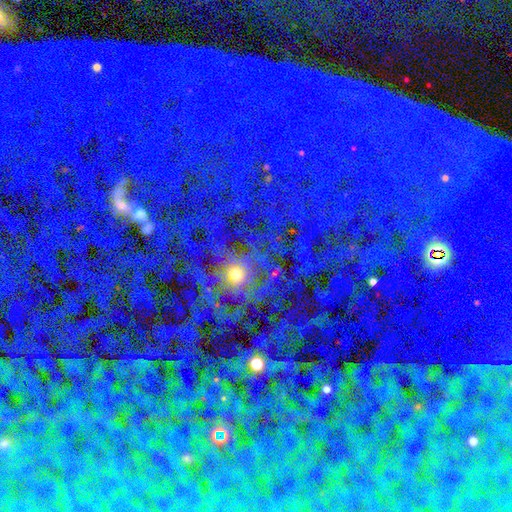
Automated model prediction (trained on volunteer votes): This is likely a star or artifact rather than a galaxy (77%).